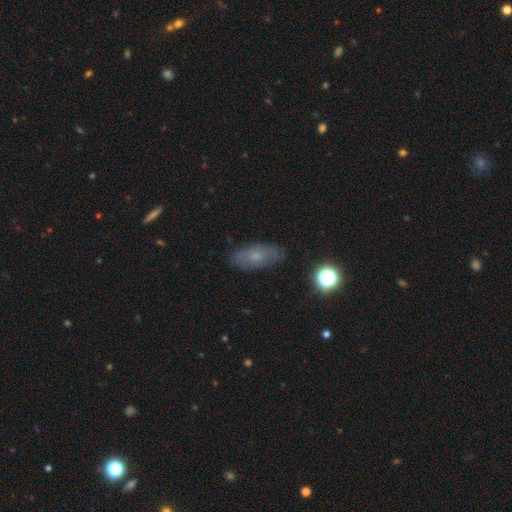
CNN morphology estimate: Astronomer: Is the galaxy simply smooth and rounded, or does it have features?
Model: smooth — 57%.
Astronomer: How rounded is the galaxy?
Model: in between — 84%.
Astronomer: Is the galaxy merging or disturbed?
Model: none — 81%.